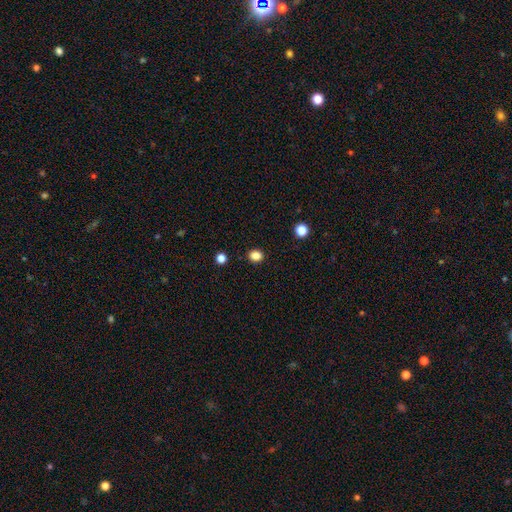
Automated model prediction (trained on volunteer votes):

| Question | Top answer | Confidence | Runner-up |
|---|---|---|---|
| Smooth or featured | smooth | 85% | star or artifact (12%) |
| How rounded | round | 58% | in between (41%) |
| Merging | none | 90% | minor disturbance (6%) |